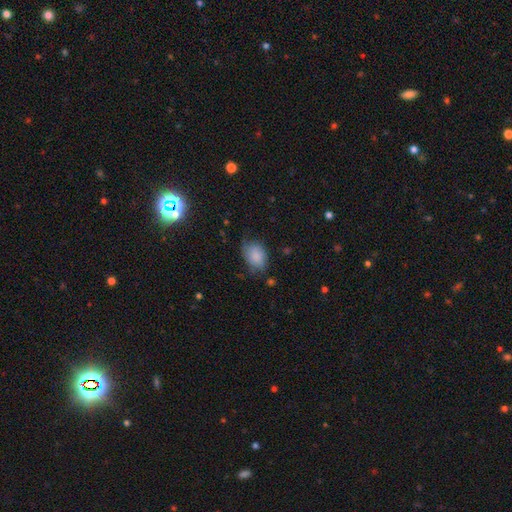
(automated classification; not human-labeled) Overall: smooth (83%). How rounded: in between (83%). Merging: none (57%; minor disturbance 32%).